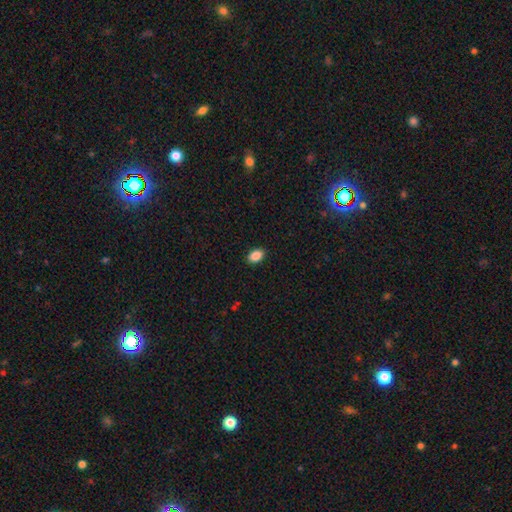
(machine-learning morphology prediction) Smooth or featured?
  - smooth: 89% *
  - star or artifact: 8%
  - featured or disk: 3%
How rounded?
  - in between: 87% *
  - round: 12%
  - cigar-shaped: 1%
Merging?
  - none: 90% *
  - minor disturbance: 8%
  - major disturbance: 2%
  - merger: 1%